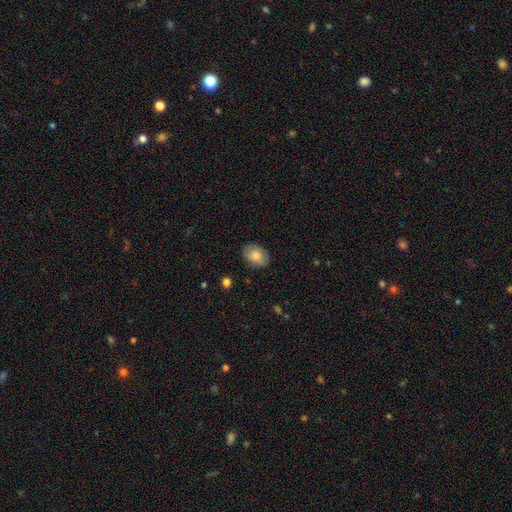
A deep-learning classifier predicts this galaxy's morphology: Q: Smooth or featured?
A: smooth (82%); runner-up: featured or disk (12%)
Q: How rounded?
A: in between (76%); runner-up: round (23%)
Q: Merging?
A: none (85%); runner-up: minor disturbance (12%)